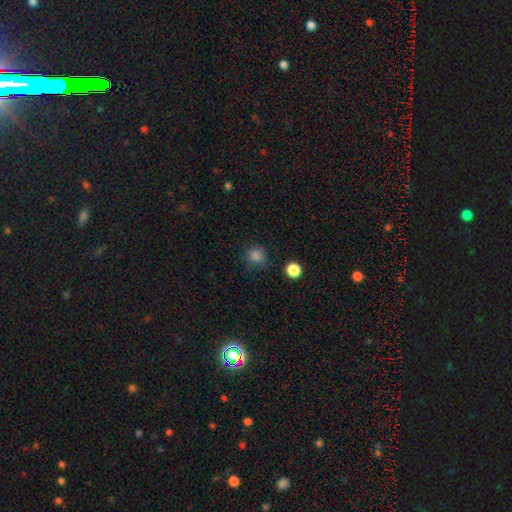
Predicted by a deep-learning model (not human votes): Morphology: type=smooth (80%); roundness=round (87%); merging=none (79%).